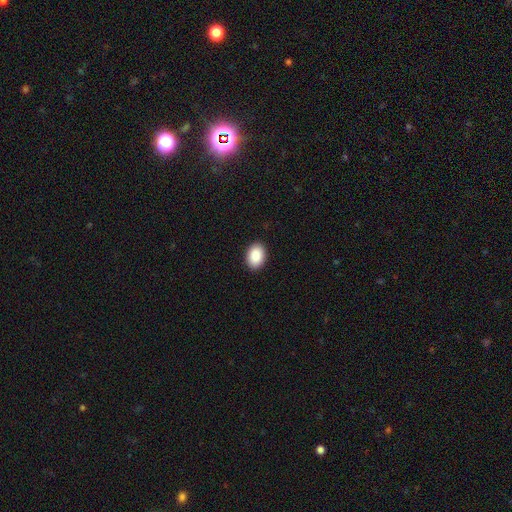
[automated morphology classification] Smooth or featured: smooth — 89% (star or artifact — 7%)
How rounded: in between — 83% (round — 16%)
Merging: none — 91% (minor disturbance — 7%)